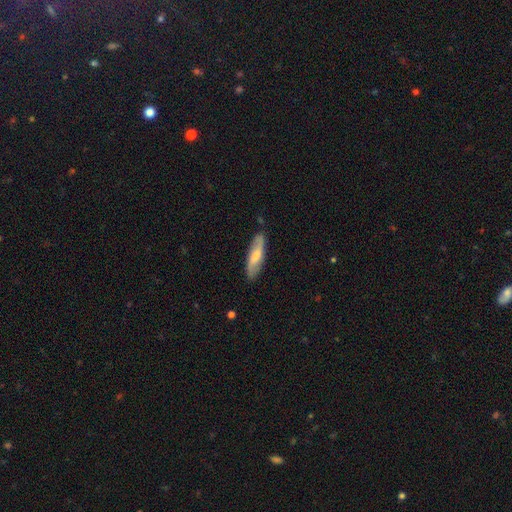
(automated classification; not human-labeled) Smooth or featured? smooth (51%)
How rounded? cigar-shaped (59%)
Merging? none (84%)